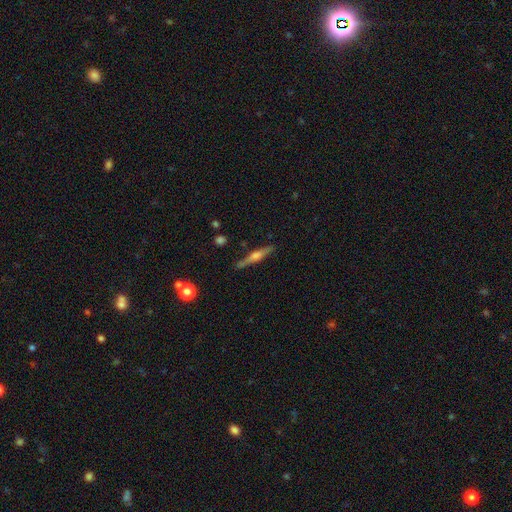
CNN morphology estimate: smooth-or-featured: featured or disk: 62% | smooth: 31% | star or artifact: 7%
  disk-edge-on: yes: 97% | no: 3%
    edge-on-bulge: rounded: 75% | boxy: 17% | none: 8%
  merging: none: 85% | minor disturbance: 10% | major disturbance: 2% | merger: 2%